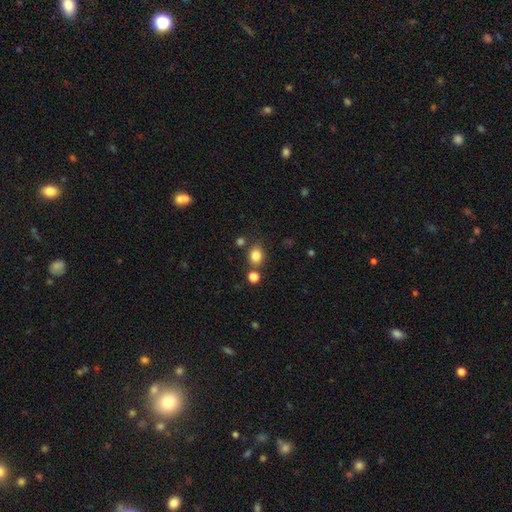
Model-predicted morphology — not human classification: Overall: smooth (83%). How rounded: round (61%; in between 38%). Merging: none (73%).